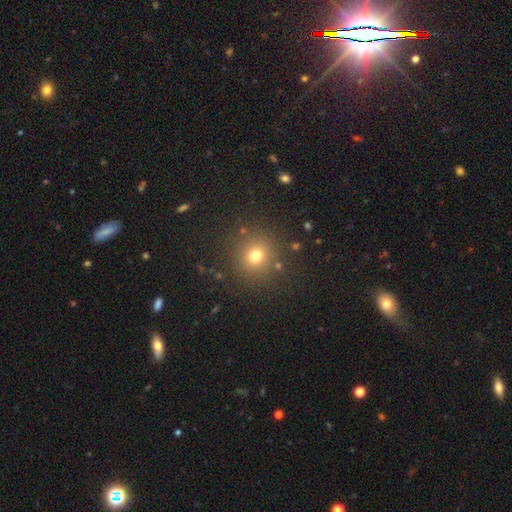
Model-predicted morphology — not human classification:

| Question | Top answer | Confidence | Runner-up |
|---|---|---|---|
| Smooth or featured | smooth | 73% | star or artifact (19%) |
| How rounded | round | 92% | in between (7%) |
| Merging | none | 87% | minor disturbance (7%) |